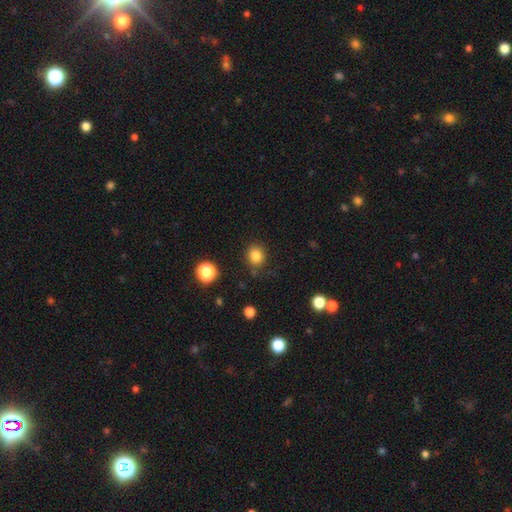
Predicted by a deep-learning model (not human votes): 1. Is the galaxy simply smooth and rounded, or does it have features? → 84% smooth, 12% star or artifact, 5% featured or disk.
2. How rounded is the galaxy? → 76% round, 23% in between, 1% cigar-shaped.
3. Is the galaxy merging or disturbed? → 83% none, 11% minor disturbance, 3% major disturbance, 3% merger.